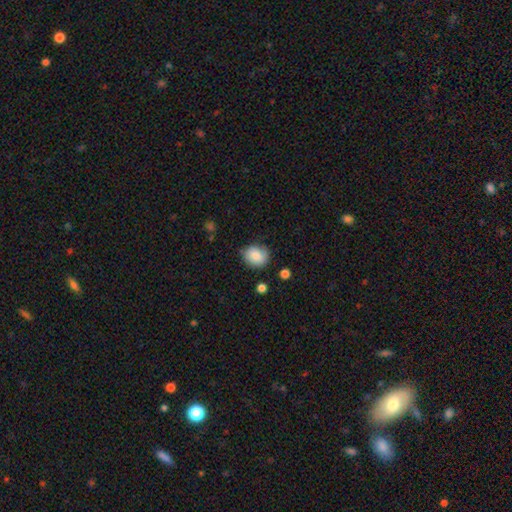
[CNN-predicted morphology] Smooth or featured: smooth — 78% (featured or disk — 14%)
How rounded: round — 74% (in between — 26%)
Merging: none — 73% (minor disturbance — 20%)